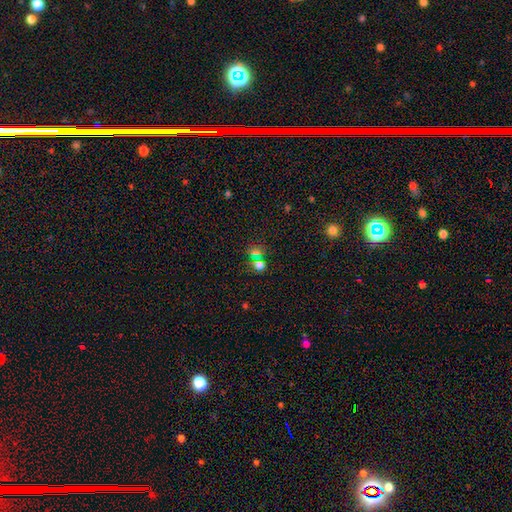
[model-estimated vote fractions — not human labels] This is possibly a smooth galaxy (51%). How rounded: likely round (74%). Merging: likely none (69%).